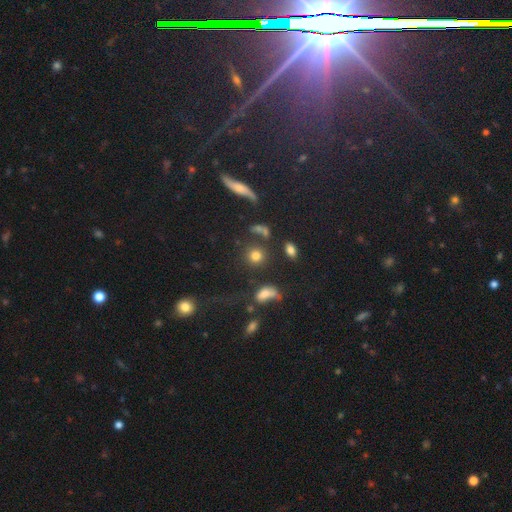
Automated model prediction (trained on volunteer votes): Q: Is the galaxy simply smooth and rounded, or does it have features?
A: smooth — 76%.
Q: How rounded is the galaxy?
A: round — 80%.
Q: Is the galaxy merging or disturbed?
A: none — 68%.